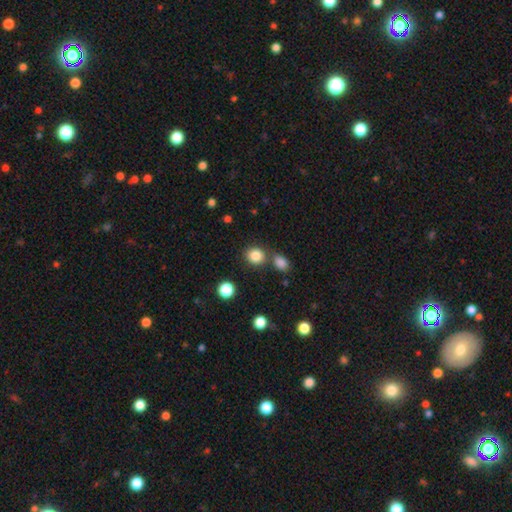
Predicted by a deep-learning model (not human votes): Smooth or featured: smooth — 84% (star or artifact — 10%)
How rounded: round — 75% (in between — 24%)
Merging: none — 67% (merger — 20%)